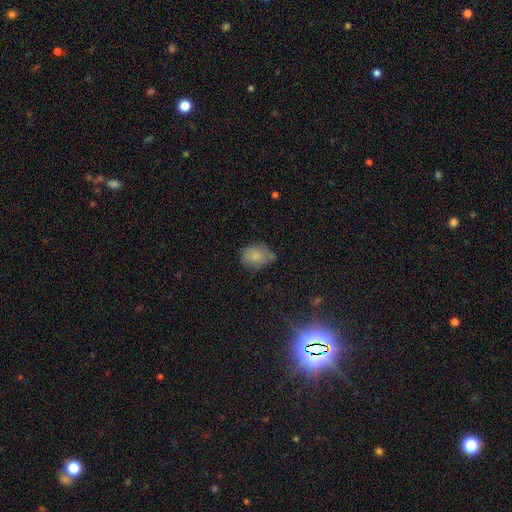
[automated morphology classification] smooth 81%, star or artifact 10%, featured or disk 9%. Down the decision tree: how rounded — in between (59%); merging — none (58%).